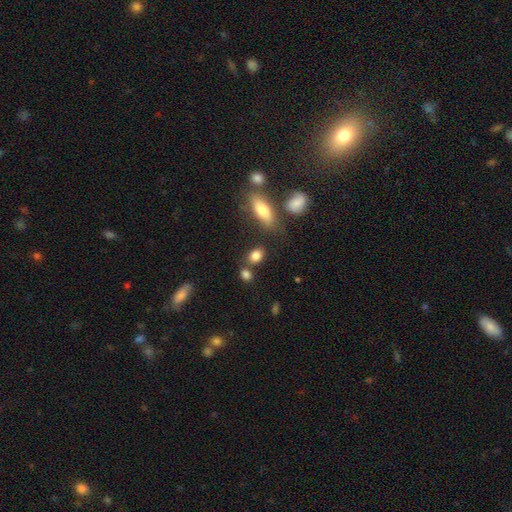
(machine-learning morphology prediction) Q: Smooth or featured?
A: smooth (84%); runner-up: star or artifact (9%)
Q: How rounded?
A: in between (69%); runner-up: round (27%)
Q: Merging?
A: none (68%); runner-up: merger (15%)